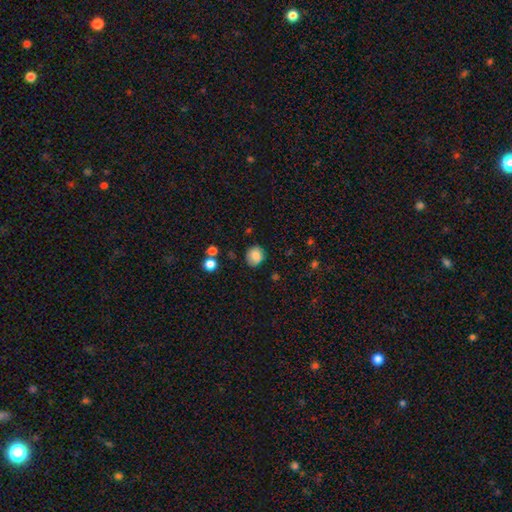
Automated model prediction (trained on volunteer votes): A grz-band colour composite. It shows a smooth galaxy with no disk features (81%) that is round (72%). Merging: none (78%).